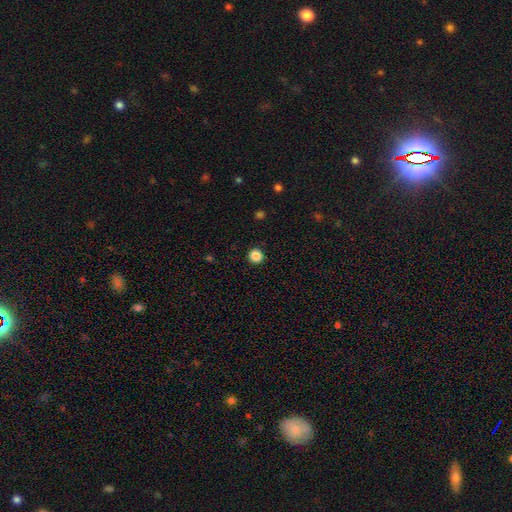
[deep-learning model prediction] smooth-or-featured: smooth: 86% | star or artifact: 11% | featured or disk: 3%
  how-rounded: round: 94% | in between: 5% | cigar-shaped: 1%
  merging: none: 93% | minor disturbance: 5% | major disturbance: 2% | merger: 1%